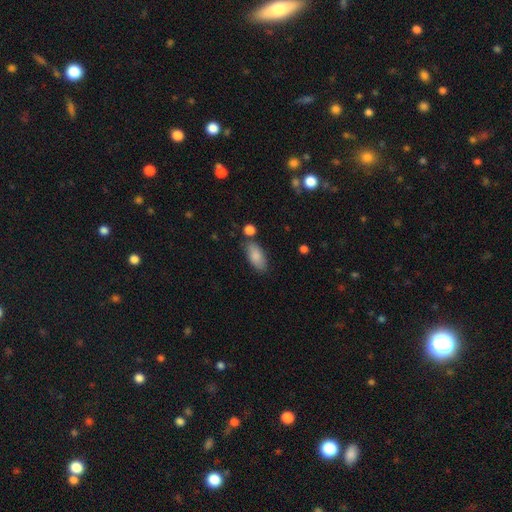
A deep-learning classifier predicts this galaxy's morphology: This is clearly a smooth galaxy (85%). How rounded: clearly in between (89%). Merging: likely none (73%).